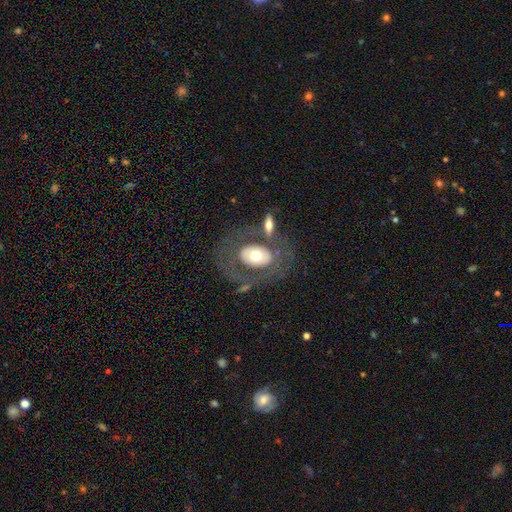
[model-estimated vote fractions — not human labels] featured or disk 51%, smooth 42%, star or artifact 7%. Down the decision tree: edge-on disk — no (91%); merging — none (52%).